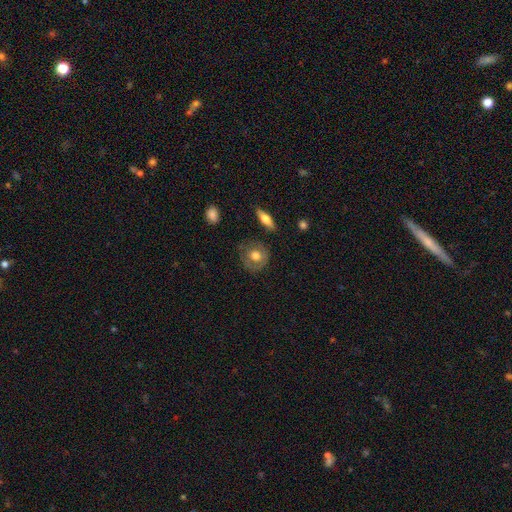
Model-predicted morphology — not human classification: Smooth or featured: smooth — 59% (featured or disk — 34%)
How rounded: round — 82% (in between — 17%)
Merging: none — 75% (minor disturbance — 17%)